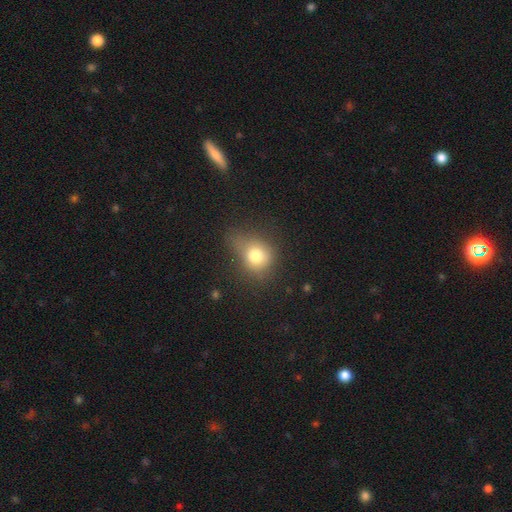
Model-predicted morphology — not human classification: A smooth galaxy with no disk features (76%) that is round (61%).

Vote fractions:
- Smooth or featured? smooth: 76% / featured or disk: 12% / star or artifact: 12%
- How rounded? round: 61% / in between: 37% / cigar-shaped: 1%
- Merging? none: 40% / minor disturbance: 34% / major disturbance: 22% / merger: 4%